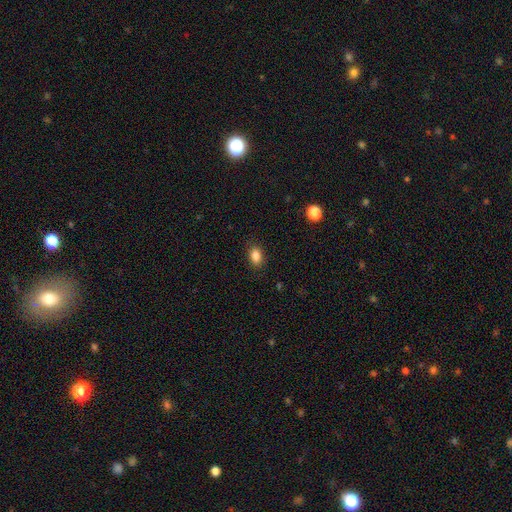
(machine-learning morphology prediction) This is clearly a smooth galaxy (86%). How rounded: clearly in between (84%). Merging: clearly none (87%).